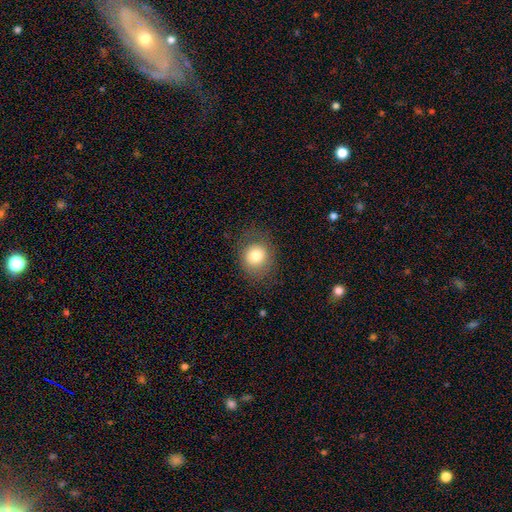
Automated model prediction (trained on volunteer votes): A smooth galaxy with no disk features (78%) that is round (72%). Merging: none (78%).